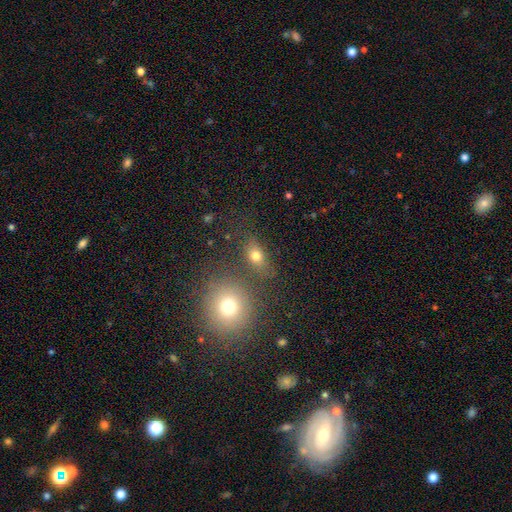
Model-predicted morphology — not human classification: A smooth galaxy with no disk features (72%) that is in between round and cigar-shaped (60%). Merging: none (66%).